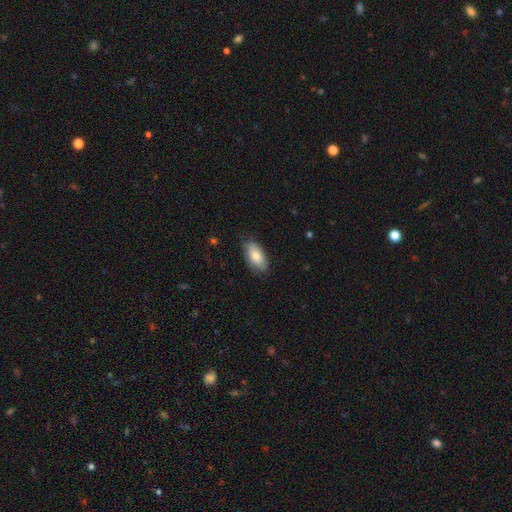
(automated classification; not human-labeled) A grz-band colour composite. It shows a smooth galaxy with no disk features (77%) that is in between round and cigar-shaped (93%). Merging: none (78%).